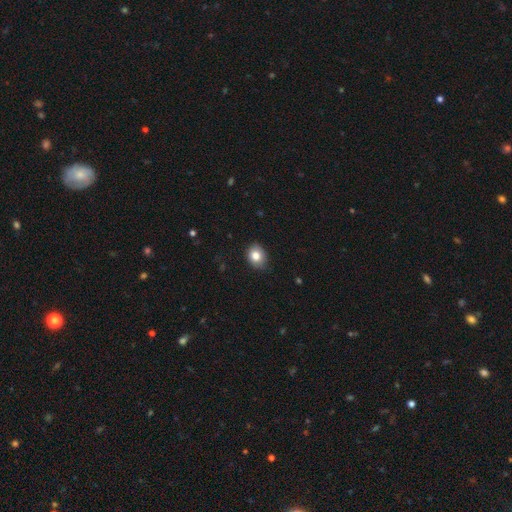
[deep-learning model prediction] smooth-or-featured: smooth: 82% | star or artifact: 9% | featured or disk: 9%
  how-rounded: in between: 51% | round: 48% | cigar-shaped: 1%
  merging: none: 80% | minor disturbance: 16% | major disturbance: 3% | merger: 1%